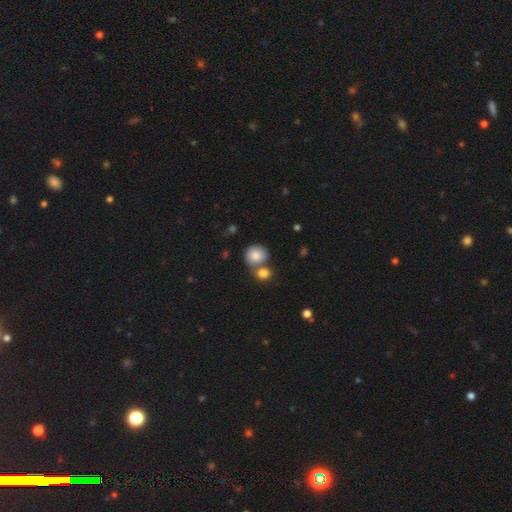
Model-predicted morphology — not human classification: This appears to be a smooth galaxy with no disk features (85%) that is round (80%). Merging: none (46%).